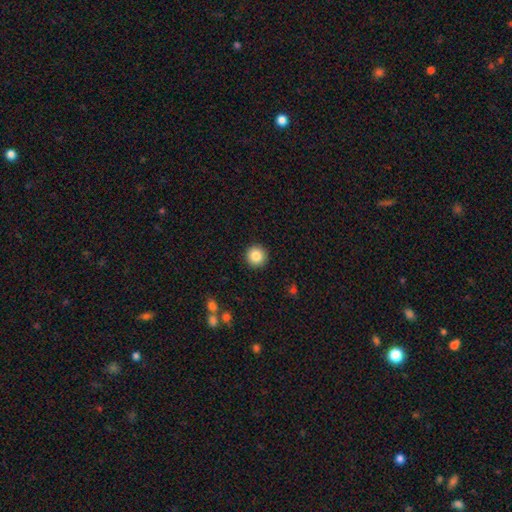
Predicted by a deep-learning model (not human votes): This appears to be a smooth galaxy with no disk features (84%) that is round (96%). Merging: none (93%).